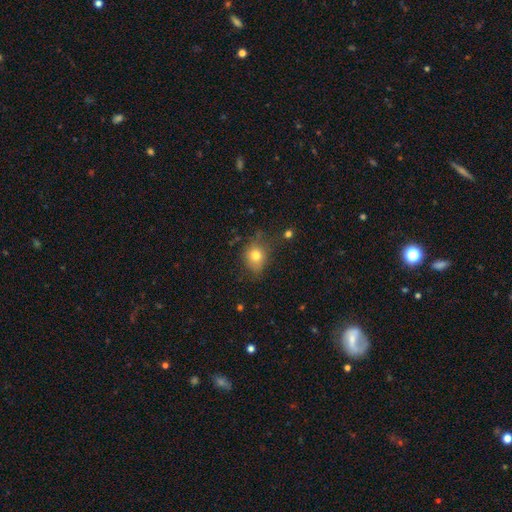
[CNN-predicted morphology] smooth_or_featured: smooth (p=0.76) [alt: star or artifact p=0.12]
how_rounded: round (p=0.58) [alt: in between p=0.41]
merging: none (p=0.65) [alt: minor disturbance p=0.24]